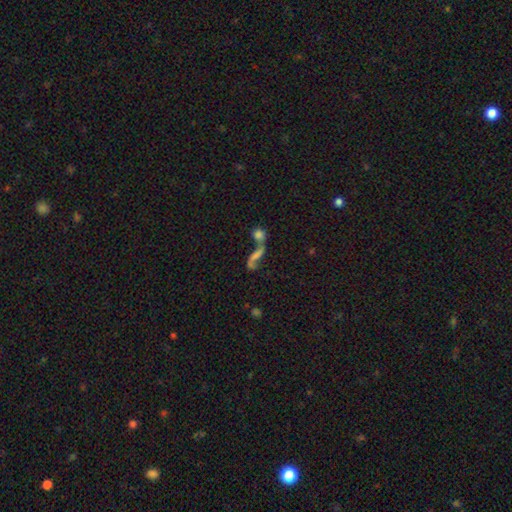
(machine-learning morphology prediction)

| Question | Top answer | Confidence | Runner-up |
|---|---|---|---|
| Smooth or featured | featured or disk | 52% | smooth (30%) |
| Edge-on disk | no | 87% | yes (13%) |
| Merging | merger | 51% | none (27%) |